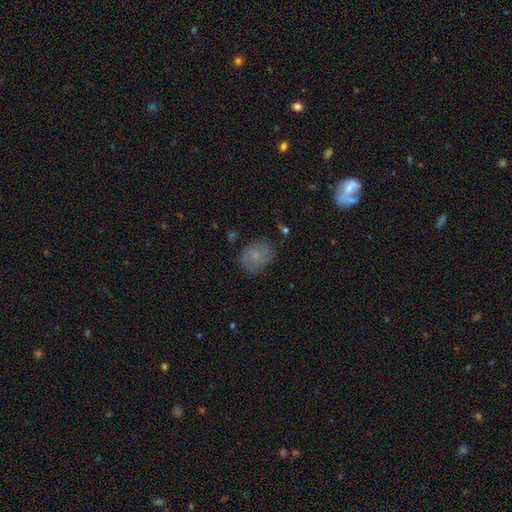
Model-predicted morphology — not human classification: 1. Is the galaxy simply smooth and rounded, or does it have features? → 54% smooth, 34% featured or disk, 11% star or artifact.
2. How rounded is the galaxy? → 54% round, 45% in between, 1% cigar-shaped.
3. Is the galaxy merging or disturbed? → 65% none, 24% minor disturbance, 9% major disturbance, 2% merger.